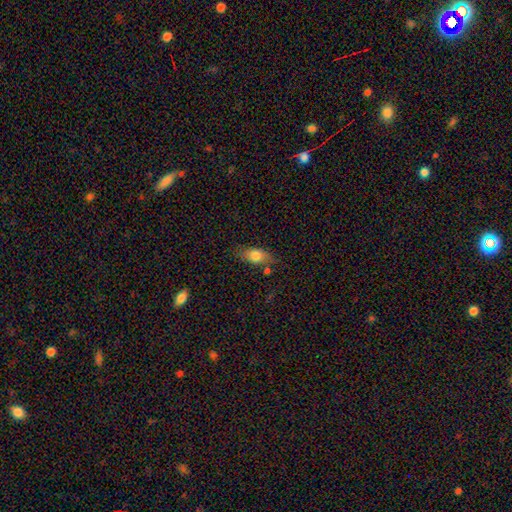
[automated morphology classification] Smooth or featured?
  - smooth: 74% *
  - featured or disk: 18%
  - star or artifact: 8%
How rounded?
  - in between: 81% *
  - cigar-shaped: 10%
  - round: 9%
Merging?
  - none: 67% *
  - minor disturbance: 21%
  - merger: 7%
  - major disturbance: 6%